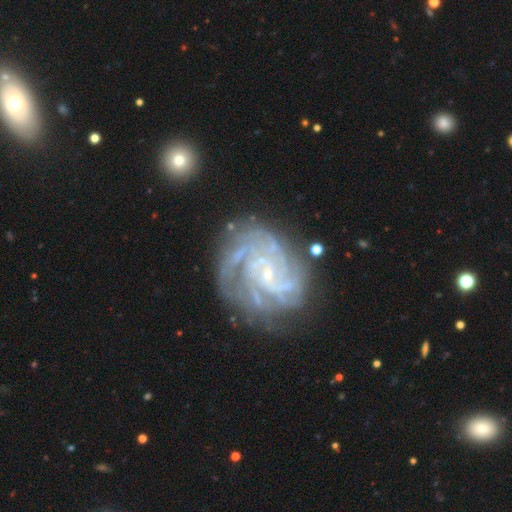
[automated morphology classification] A featured or disk galaxy (89%) with no bar (62%), 4 (27%) tight (64%) spiral arms (97%) and a small central bulge (84%). Merging: none (63%).